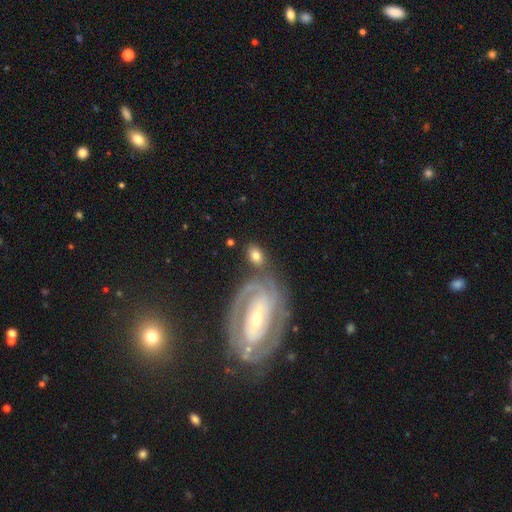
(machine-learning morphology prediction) This is likely a smooth galaxy (67%). How rounded: clearly in between (81%). Merging: likely none (66%).